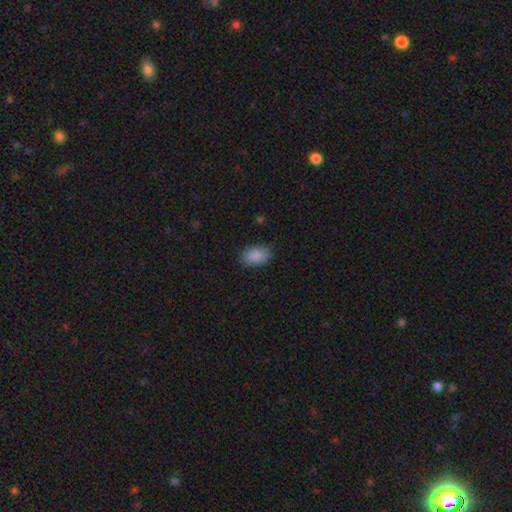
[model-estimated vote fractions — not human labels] A smooth galaxy with no disk features (88%) that is in between round and cigar-shaped (92%).

Vote fractions:
- Smooth or featured? smooth: 88% / star or artifact: 7% / featured or disk: 5%
- How rounded? in between: 92% / round: 6% / cigar-shaped: 2%
- Merging? none: 86% / minor disturbance: 11% / major disturbance: 3% / merger: 1%